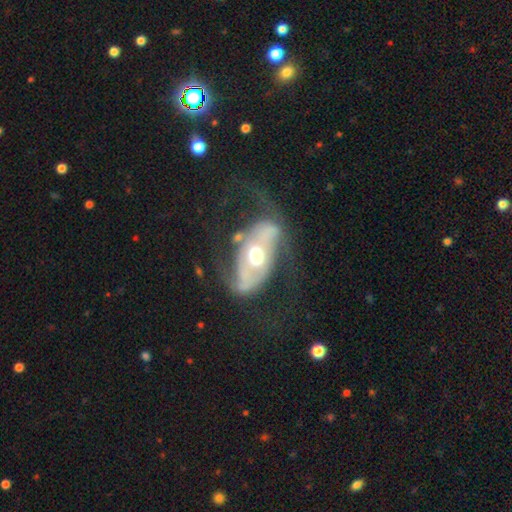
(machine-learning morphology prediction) Smooth or featured? Predicted: featured or disk (p=0.79). Edge-on disk? Predicted: no (p=0.93). Bar? Predicted: no (p=0.44). Spiral arms? Predicted: yes (p=0.78). Spiral winding? Predicted: loose (p=0.47). Spiral arm count? Predicted: 2 (p=0.80). Bulge size? Predicted: moderate (p=0.69). Merging? Predicted: none (p=0.43).